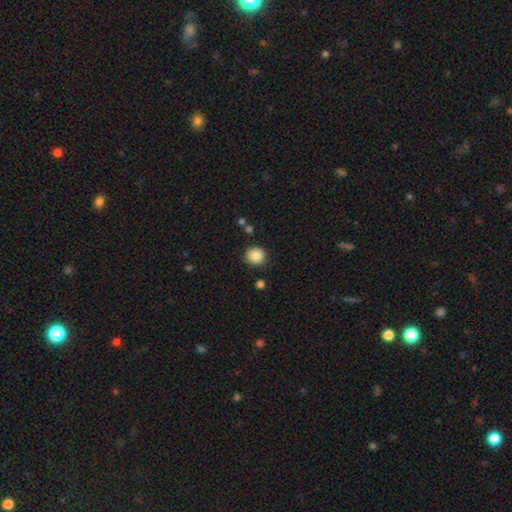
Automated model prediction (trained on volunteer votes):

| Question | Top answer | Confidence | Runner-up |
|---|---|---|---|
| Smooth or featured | smooth | 88% | star or artifact (9%) |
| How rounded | round | 89% | in between (10%) |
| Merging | none | 87% | minor disturbance (8%) |